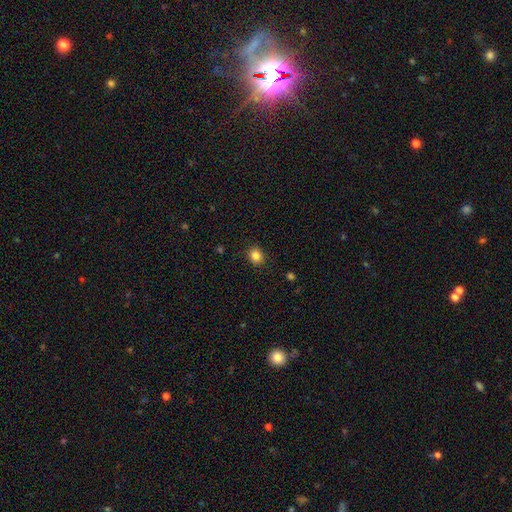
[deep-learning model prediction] Smooth or featured? Predicted: smooth (p=0.84). How rounded? Predicted: round (p=0.76). Merging? Predicted: none (p=0.90).